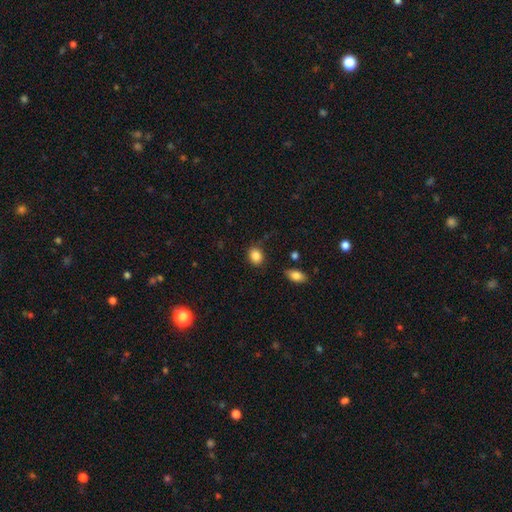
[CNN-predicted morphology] A smooth galaxy with no disk features (87%) that is in between round and cigar-shaped (54%).

Vote fractions:
- Smooth or featured? smooth: 87% / star or artifact: 9% / featured or disk: 5%
- How rounded? in between: 54% / round: 45% / cigar-shaped: 1%
- Merging? none: 81% / minor disturbance: 13% / major disturbance: 4% / merger: 3%